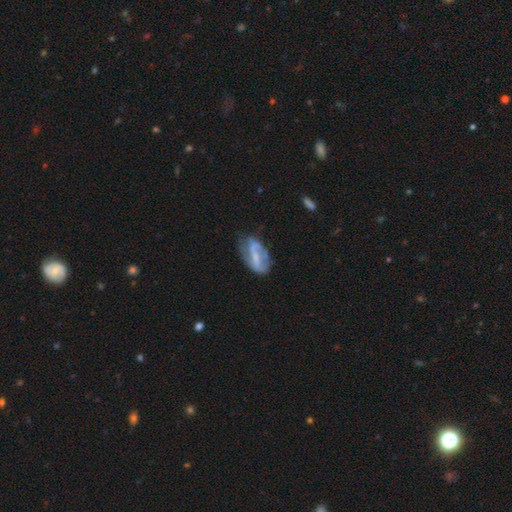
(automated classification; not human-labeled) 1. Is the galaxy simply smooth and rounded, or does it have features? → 63% featured or disk, 30% smooth, 7% star or artifact.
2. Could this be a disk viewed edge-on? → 93% no, 7% yes.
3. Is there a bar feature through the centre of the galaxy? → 46% strong, 34% weak, 20% no.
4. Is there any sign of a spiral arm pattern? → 60% yes, 40% no.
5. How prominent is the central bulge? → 42% small, 28% none, 26% moderate, 3% large, 1% dominant.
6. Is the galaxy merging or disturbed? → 46% none, 32% minor disturbance, 19% major disturbance, 3% merger.